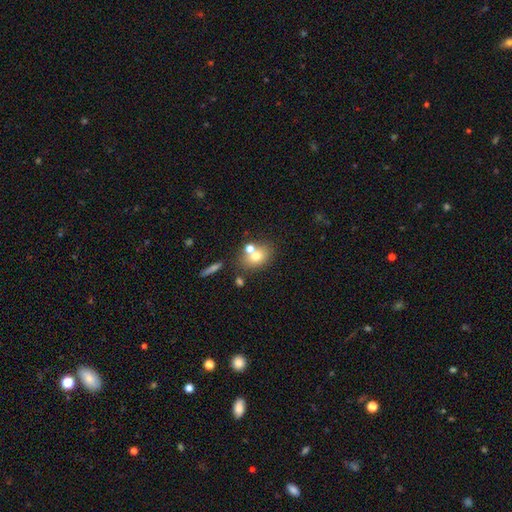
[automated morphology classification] smooth_or_featured: smooth (p=0.69) [alt: featured or disk p=0.18]
how_rounded: in between (p=0.54) [alt: round p=0.45]
merging: none (p=0.55) [alt: merger p=0.30]